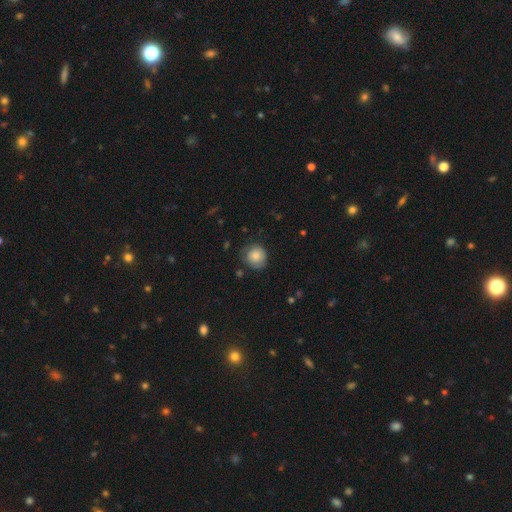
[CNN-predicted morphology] Smooth or featured? Predicted: smooth (p=0.79). How rounded? Predicted: round (p=0.88). Merging? Predicted: none (p=0.72).